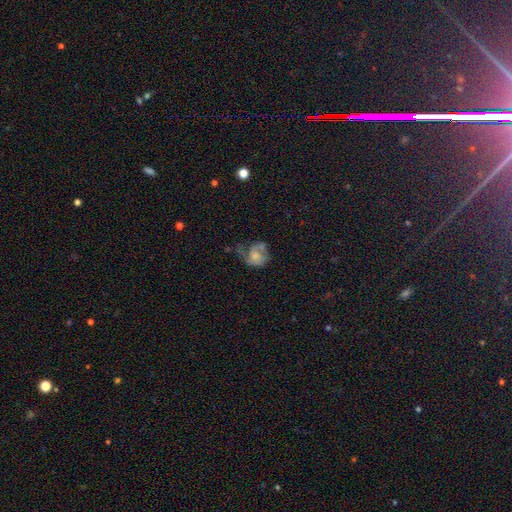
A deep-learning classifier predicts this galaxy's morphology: smooth-or-featured: featured or disk: 54% | smooth: 37% | star or artifact: 9%
  disk-edge-on: no: 98% | yes: 2%
    bar: no: 80% | weak: 18% | strong: 3%
    has-spiral-arms: yes: 64% | no: 36%
    bulge-size: moderate: 41% | small: 40% | none: 11% | large: 7% | dominant: 2%
  merging: major disturbance: 39% | none: 30% | minor disturbance: 25% | merger: 6%